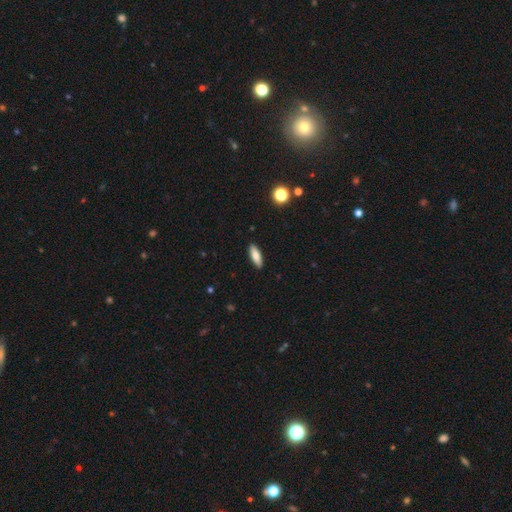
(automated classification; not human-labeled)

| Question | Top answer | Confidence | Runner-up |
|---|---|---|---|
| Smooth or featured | smooth | 80% | featured or disk (13%) |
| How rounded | in between | 56% | cigar-shaped (42%) |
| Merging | none | 90% | minor disturbance (7%) |